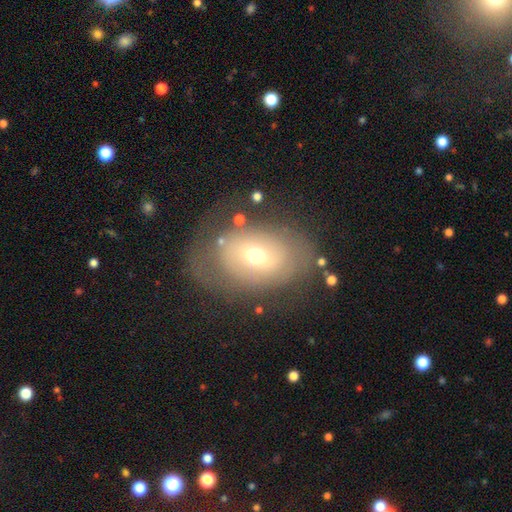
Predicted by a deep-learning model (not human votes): A featured or disk galaxy (46%). Merging: none (59%).